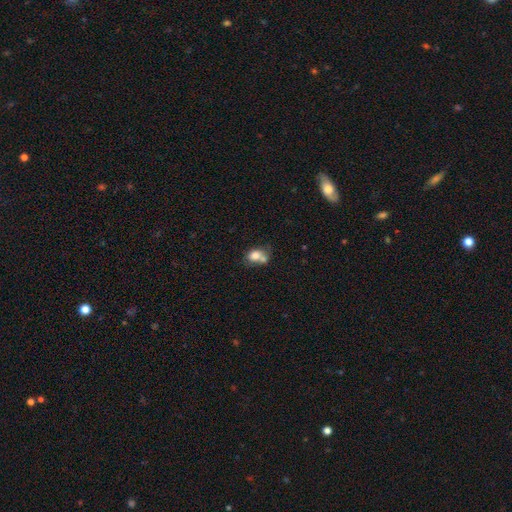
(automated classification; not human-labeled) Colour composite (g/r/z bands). It shows a smooth galaxy with no disk features (74%) that is in between round and cigar-shaped (57%). Merging: merger (50%).